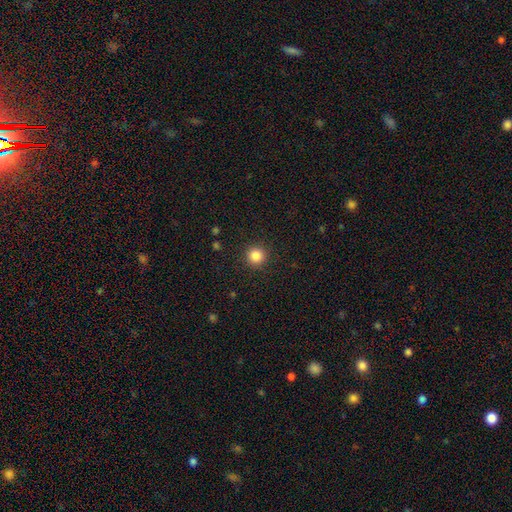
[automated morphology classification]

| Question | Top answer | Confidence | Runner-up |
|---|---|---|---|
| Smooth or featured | smooth | 85% | star or artifact (11%) |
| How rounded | round | 95% | in between (4%) |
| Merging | none | 92% | minor disturbance (5%) |